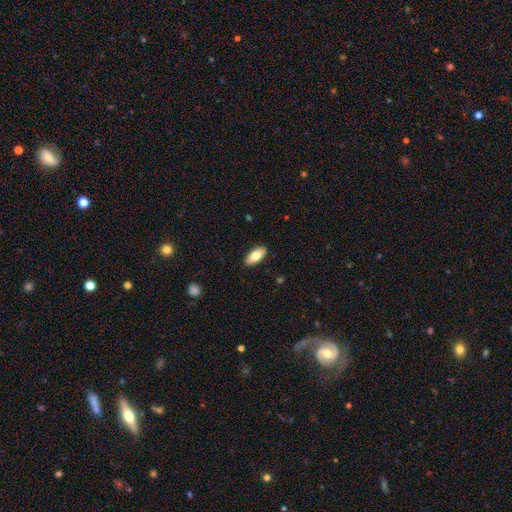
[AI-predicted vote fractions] This is likely a smooth galaxy (76%). How rounded: clearly in between (88%). Merging: clearly none (90%).